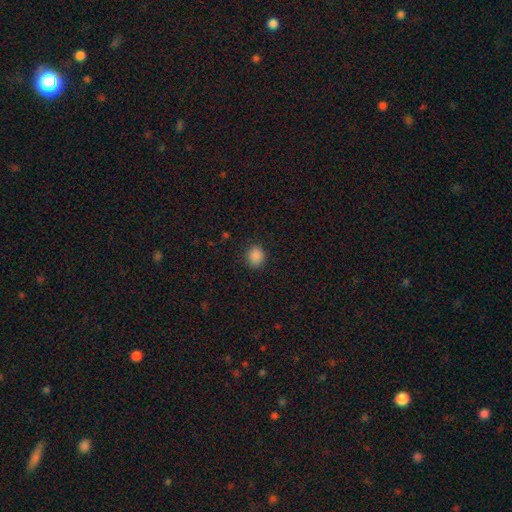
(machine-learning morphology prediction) Smooth or featured? smooth (87%)
How rounded? round (74%)
Merging? none (88%)